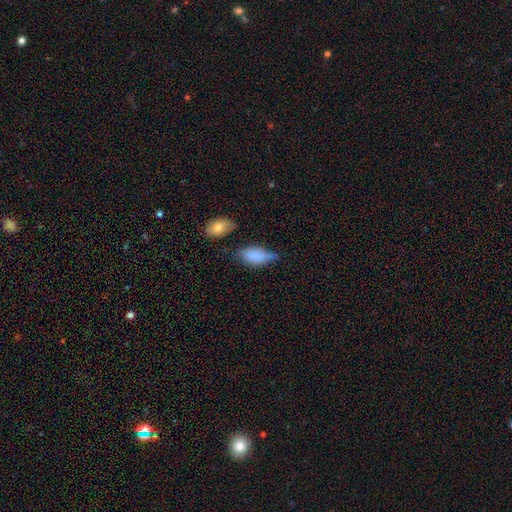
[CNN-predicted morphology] This appears to be a smooth galaxy with no disk features (84%) that is in between round and cigar-shaped (88%). Merging: none (47%).